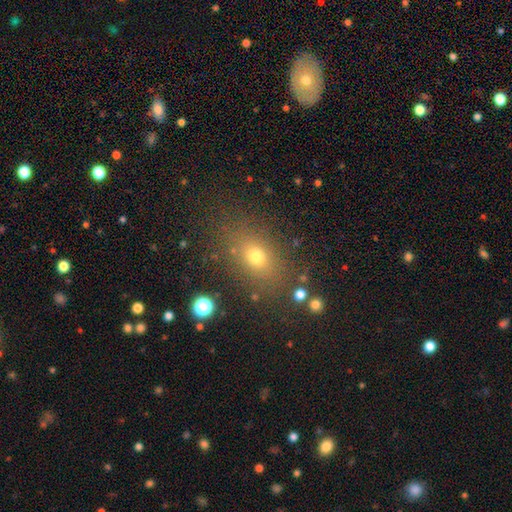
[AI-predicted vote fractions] This appears to be a smooth galaxy with no disk features (69%) that is in between round and cigar-shaped (67%). Merging: none (79%).